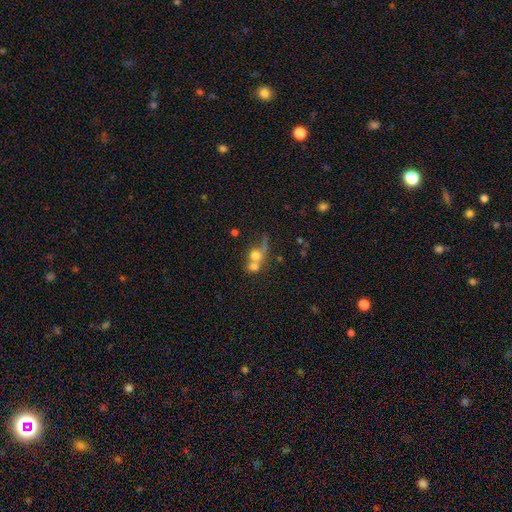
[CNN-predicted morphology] smooth_or_featured: smooth (p=0.62) [alt: featured or disk p=0.25]
how_rounded: round (p=0.71) [alt: in between p=0.26]
merging: merger (p=0.65) [alt: none p=0.19]